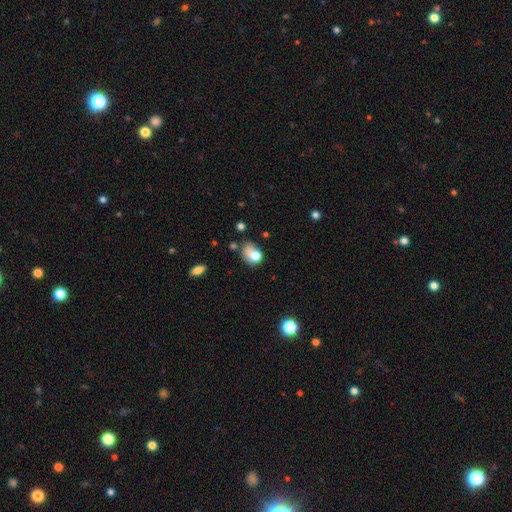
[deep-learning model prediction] This is likely a smooth galaxy (72%). How rounded: possibly in between (60%). Merging: marginally none (31%).